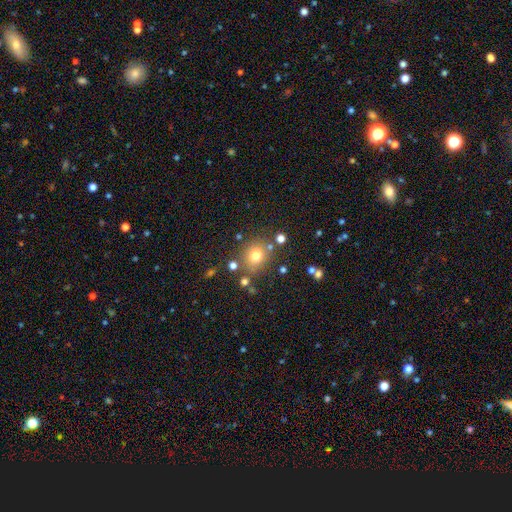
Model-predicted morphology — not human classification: Smooth or featured: smooth — 73% (star or artifact — 16%)
How rounded: round — 80% (in between — 20%)
Merging: none — 78% (minor disturbance — 11%)